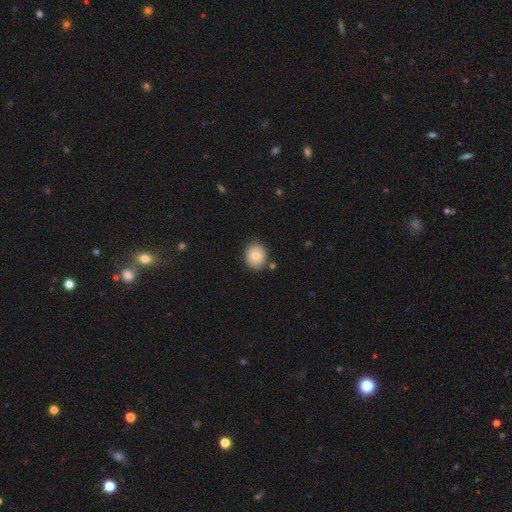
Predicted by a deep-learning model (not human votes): This appears to be a smooth galaxy with no disk features (79%) that is round (64%). Merging: none (81%).